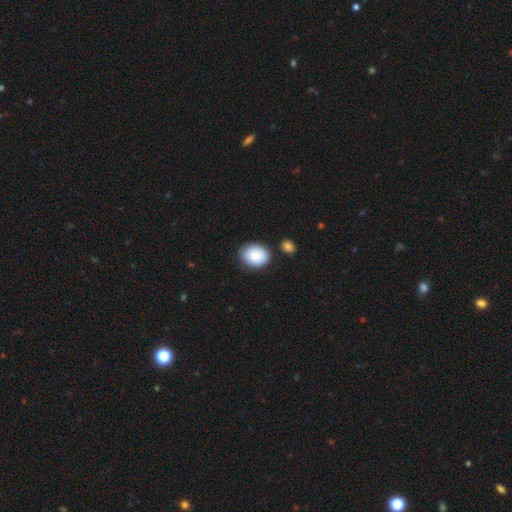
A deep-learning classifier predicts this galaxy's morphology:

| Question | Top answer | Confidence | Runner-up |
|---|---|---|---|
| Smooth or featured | smooth | 86% | featured or disk (8%) |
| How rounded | round | 55% | in between (44%) |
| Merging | none | 75% | minor disturbance (17%) |